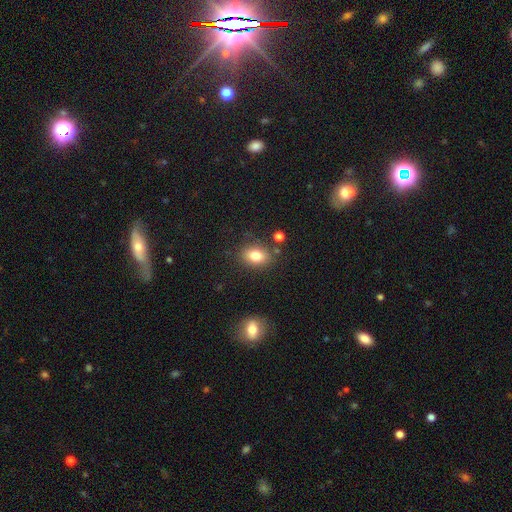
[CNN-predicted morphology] type=smooth (80%); roundness=in between (71%); merging=none (79%).